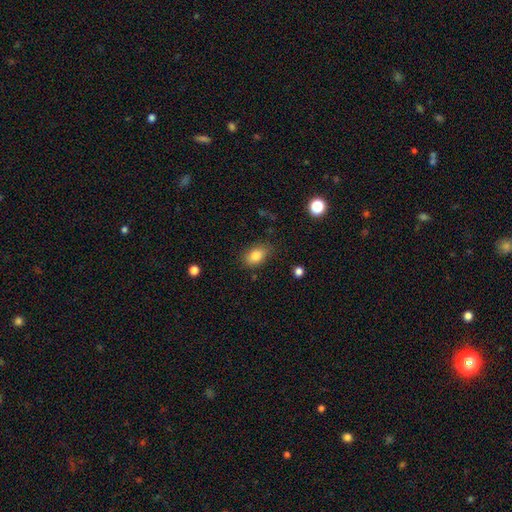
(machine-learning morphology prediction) Overall: smooth (84%). How rounded: in between (84%). Merging: none (77%).